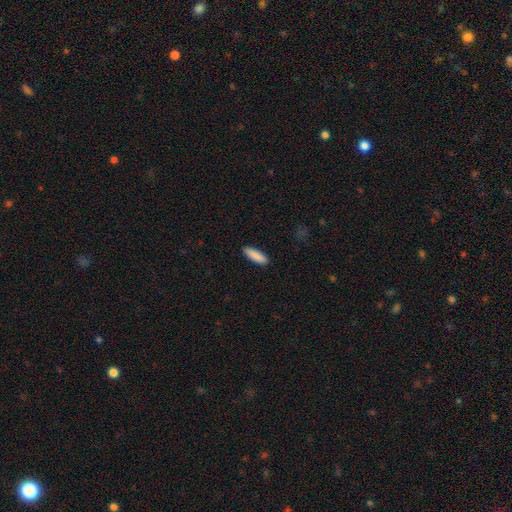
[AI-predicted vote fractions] This appears to be a smooth galaxy with no disk features (90%) that is cigar-shaped (57%). Merging: none (90%).